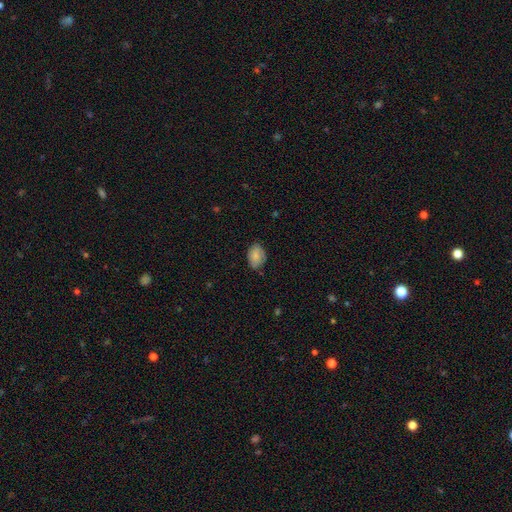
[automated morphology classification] Smooth or featured?
  - smooth: 81% *
  - featured or disk: 11%
  - star or artifact: 8%
How rounded?
  - in between: 79% *
  - round: 20%
  - cigar-shaped: 1%
Merging?
  - none: 72% *
  - minor disturbance: 23%
  - major disturbance: 4%
  - merger: 1%